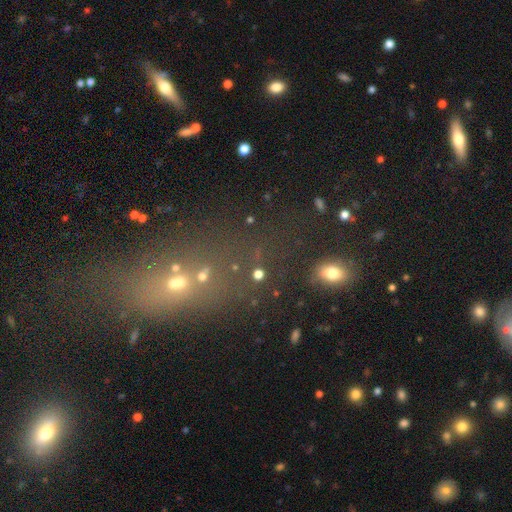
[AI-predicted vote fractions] Overall: star or artifact (44%; smooth 40%).